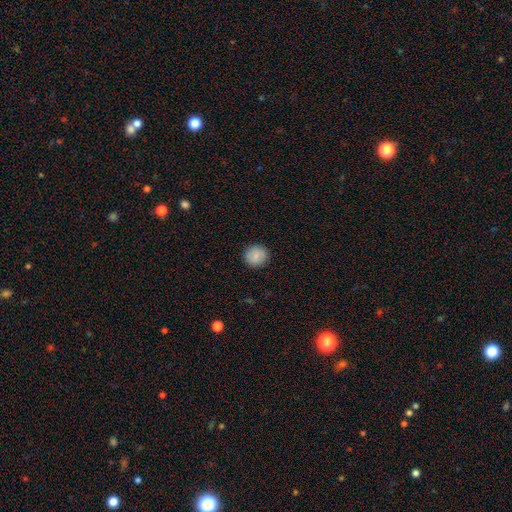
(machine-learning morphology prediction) A smooth galaxy with no disk features (85%) that is round (93%). Merging: none (90%).